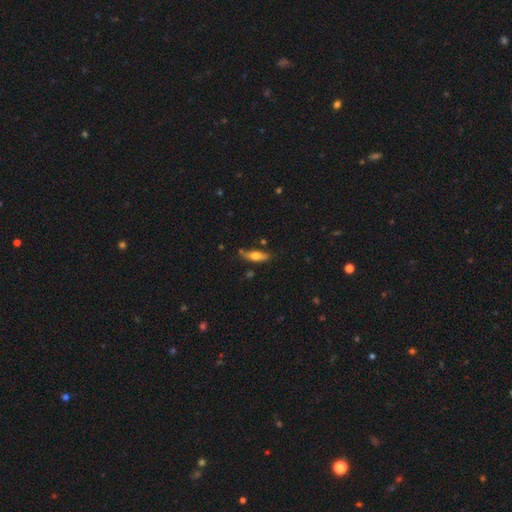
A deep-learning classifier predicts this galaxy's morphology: Q: Smooth or featured?
A: smooth (55%); runner-up: featured or disk (39%)
Q: How rounded?
A: cigar-shaped (55%); runner-up: in between (43%)
Q: Merging?
A: none (73%); runner-up: minor disturbance (19%)